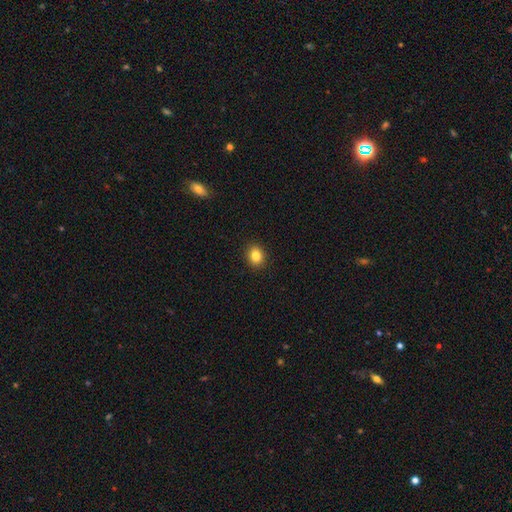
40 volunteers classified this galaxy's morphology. Smooth or featured? smooth (88%)
How rounded? round (74%)
Merging? none (89%)